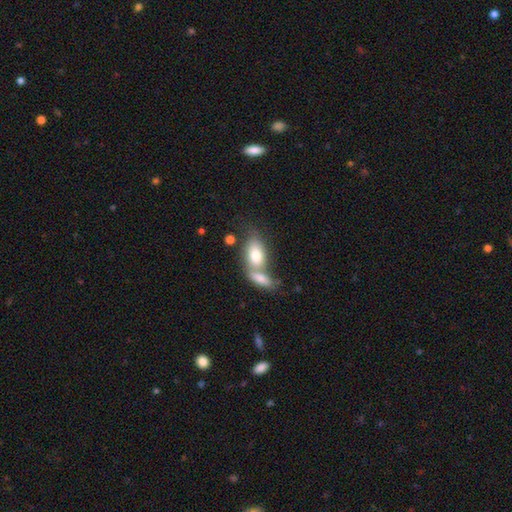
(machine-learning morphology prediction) A smooth galaxy with no disk features (76%) that is in between round and cigar-shaped (89%).

Vote fractions:
- Smooth or featured? smooth: 76% / featured or disk: 18% / star or artifact: 6%
- How rounded? in between: 89% / round: 6% / cigar-shaped: 6%
- Merging? merger: 60% / none: 26% / minor disturbance: 9% / major disturbance: 4%